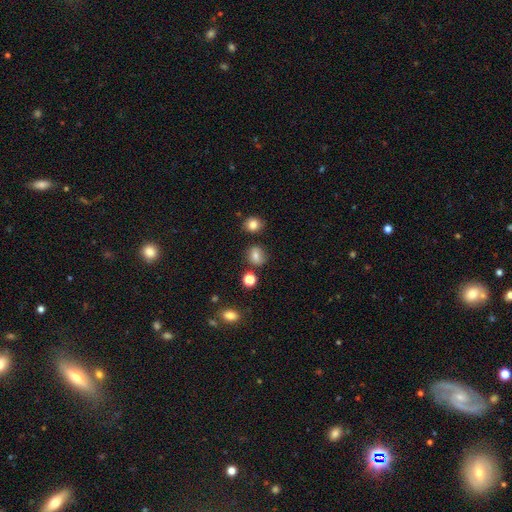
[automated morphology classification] smooth_or_featured: smooth (p=0.73) [alt: star or artifact p=0.14]
how_rounded: round (p=0.66) [alt: in between p=0.33]
merging: none (p=0.77) [alt: minor disturbance p=0.13]